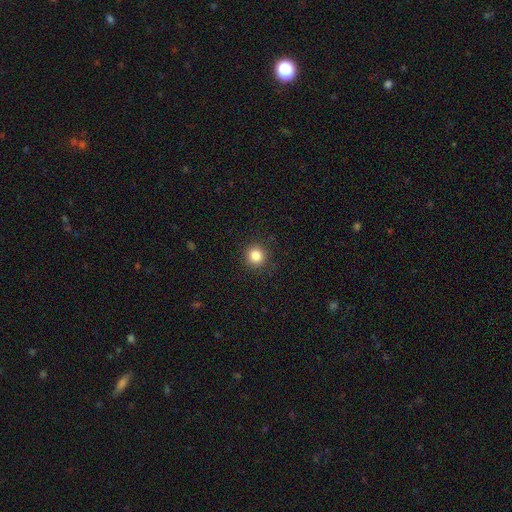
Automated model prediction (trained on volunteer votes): Morphology: type=smooth (85%); roundness=round (93%); merging=none (91%).